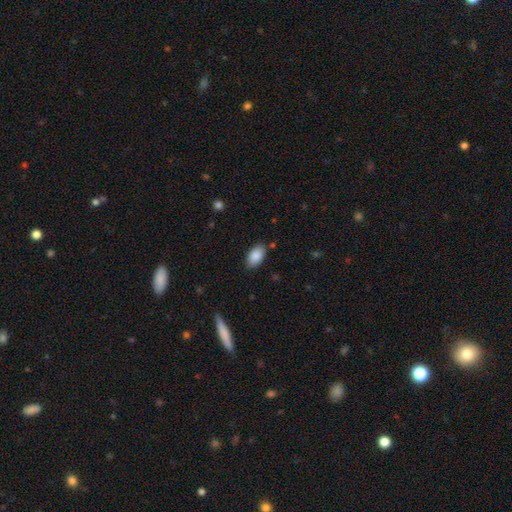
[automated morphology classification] type=smooth (88%); roundness=in between (94%); merging=none (83%).